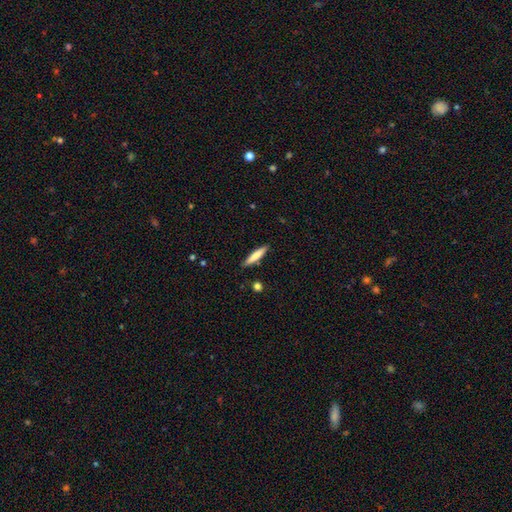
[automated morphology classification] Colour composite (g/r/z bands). It shows a smooth galaxy with no disk features (73%) that is cigar-shaped (89%). Merging: none (88%).